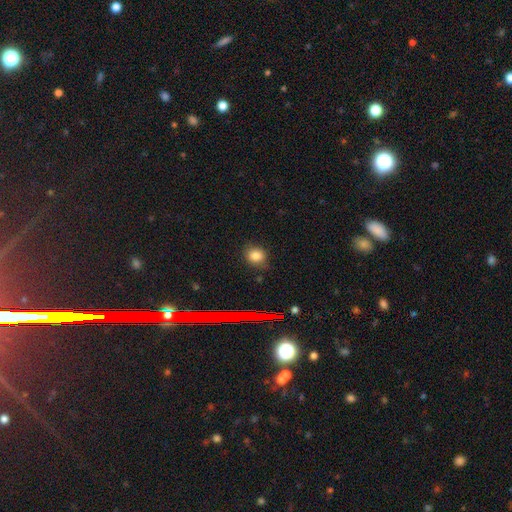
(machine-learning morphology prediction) smooth-or-featured: smooth: 80% | star or artifact: 13% | featured or disk: 7%
  how-rounded: round: 71% | in between: 28% | cigar-shaped: 1%
  merging: none: 82% | minor disturbance: 14% | major disturbance: 3% | merger: 2%